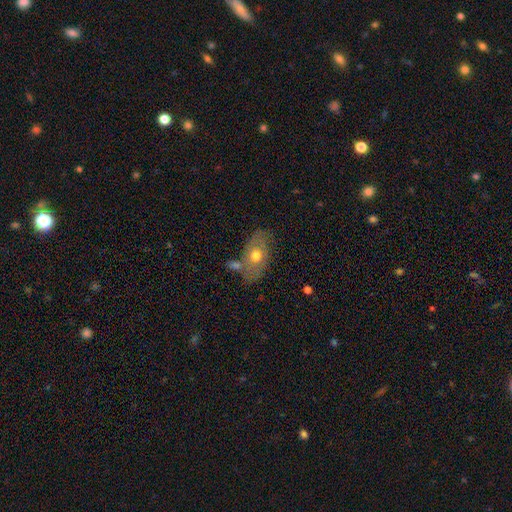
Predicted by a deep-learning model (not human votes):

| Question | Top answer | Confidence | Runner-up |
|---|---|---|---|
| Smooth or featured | smooth | 56% | featured or disk (36%) |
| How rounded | in between | 85% | round (12%) |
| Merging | none | 57% | minor disturbance (20%) |